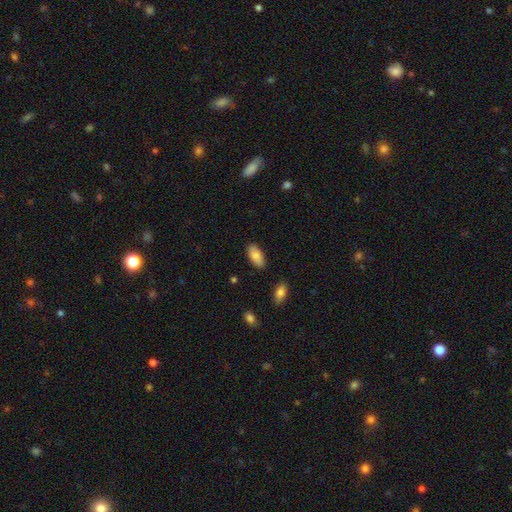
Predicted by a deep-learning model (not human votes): smooth 84%, featured or disk 9%, star or artifact 6%. Down the decision tree: how rounded — in between (92%); merging — none (87%).